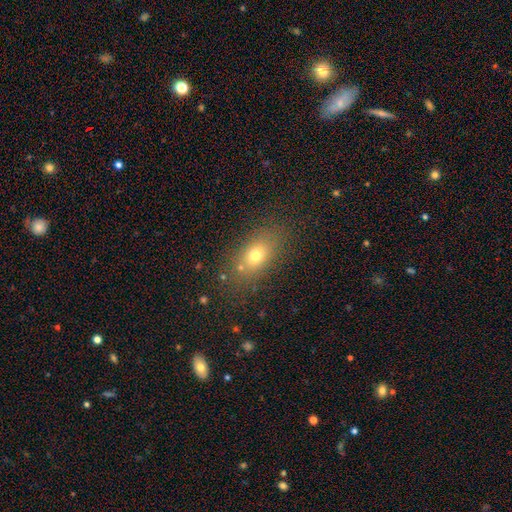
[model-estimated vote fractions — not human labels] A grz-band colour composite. It shows a smooth galaxy with no disk features (69%) that is in between round and cigar-shaped (73%). Merging: none (79%).